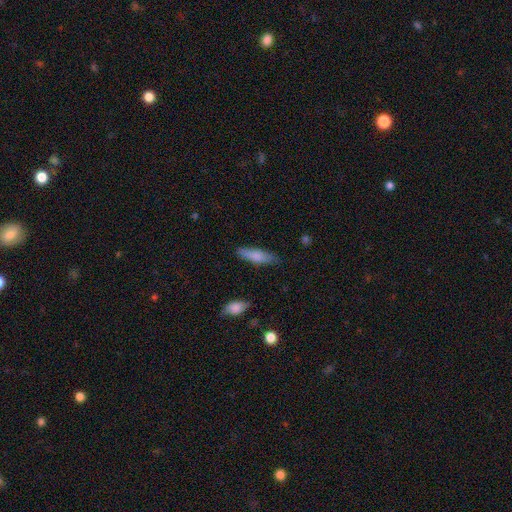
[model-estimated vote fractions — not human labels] This is likely a smooth galaxy (78%). How rounded: likely cigar-shaped (60%). Merging: likely none (79%).